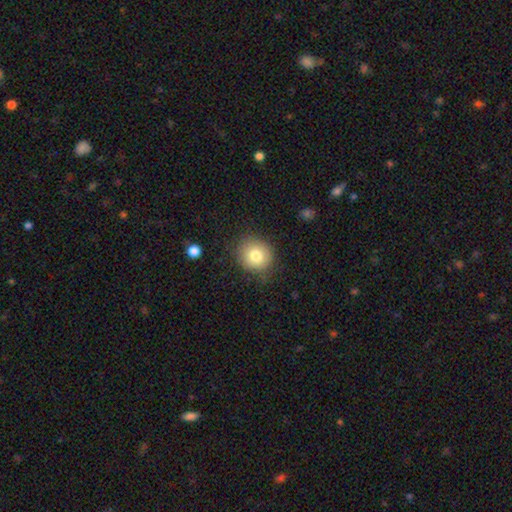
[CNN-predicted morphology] Smooth or featured? Predicted: smooth (p=0.79). How rounded? Predicted: round (p=0.84). Merging? Predicted: none (p=0.81).